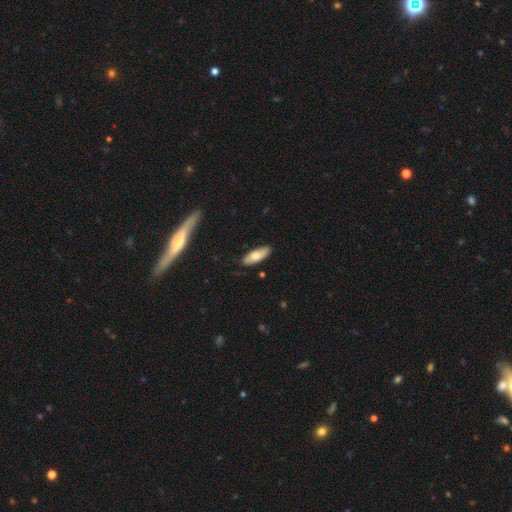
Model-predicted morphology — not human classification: type=smooth (68%); roundness=in between (71%); merging=none (84%).